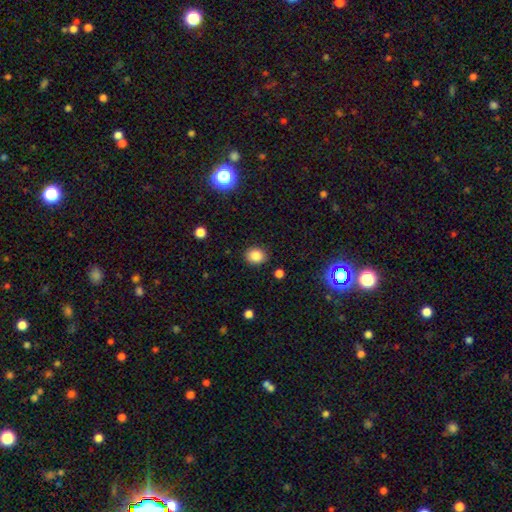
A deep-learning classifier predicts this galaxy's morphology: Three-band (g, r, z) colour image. It shows a smooth galaxy with no disk features (84%) that is round (63%). Merging: none (87%).